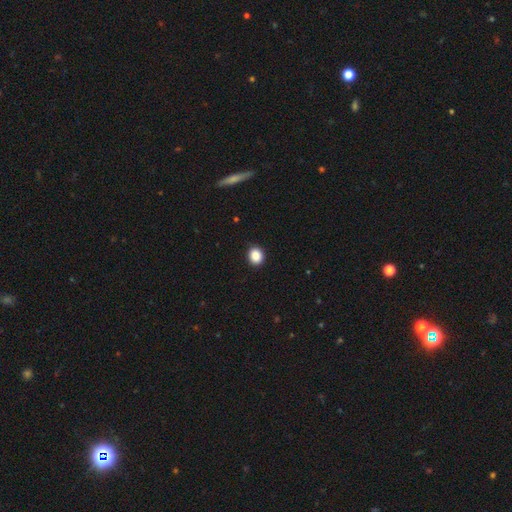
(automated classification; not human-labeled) A smooth galaxy with no disk features (87%) that is round (73%). Merging: none (91%).